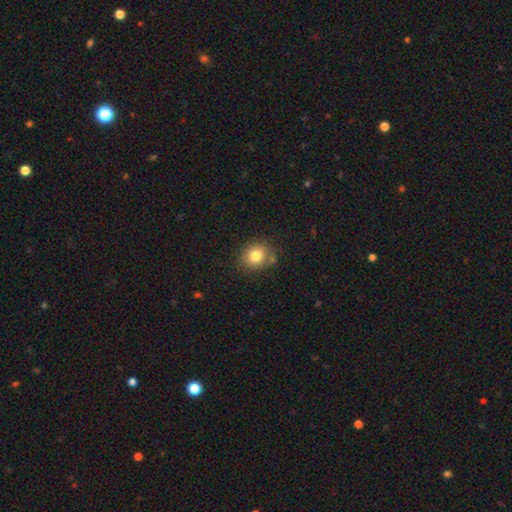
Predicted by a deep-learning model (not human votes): Smooth or featured?
  - smooth: 80% *
  - star or artifact: 11%
  - featured or disk: 9%
How rounded?
  - round: 73% *
  - in between: 26%
  - cigar-shaped: 1%
Merging?
  - none: 77% *
  - minor disturbance: 13%
  - merger: 7%
  - major disturbance: 3%